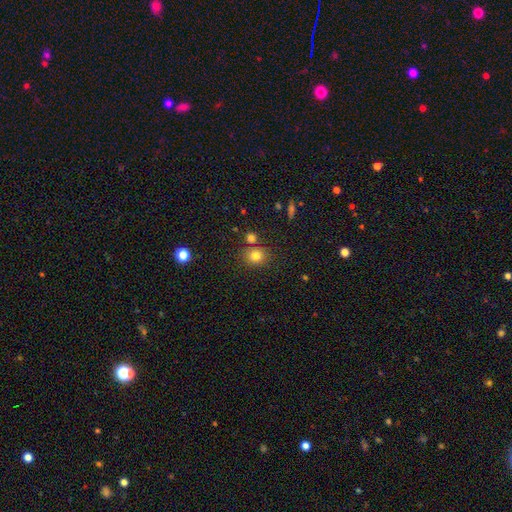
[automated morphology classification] smooth 80%, star or artifact 13%, featured or disk 7%. Down the decision tree: how rounded — round (78%); merging — none (75%).